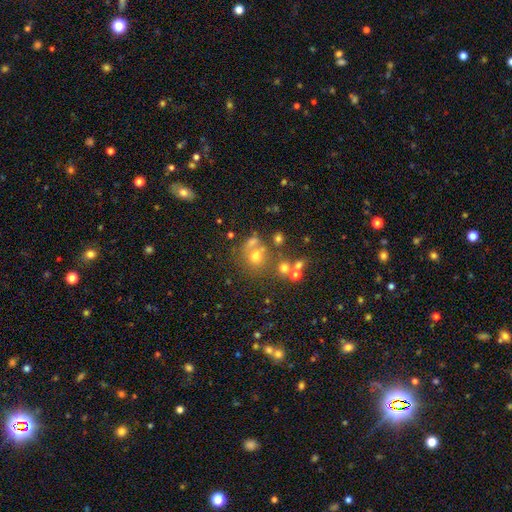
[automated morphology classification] smooth_or_featured: smooth (p=0.55) [alt: star or artifact p=0.27]
how_rounded: round (p=0.73) [alt: in between p=0.25]
merging: none (p=0.51) [alt: merger p=0.29]